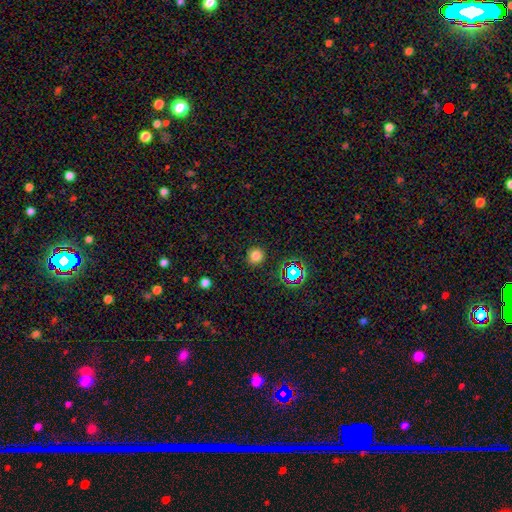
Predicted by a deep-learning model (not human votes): This is likely a smooth galaxy (76%). How rounded: clearly round (93%). Merging: clearly none (89%).